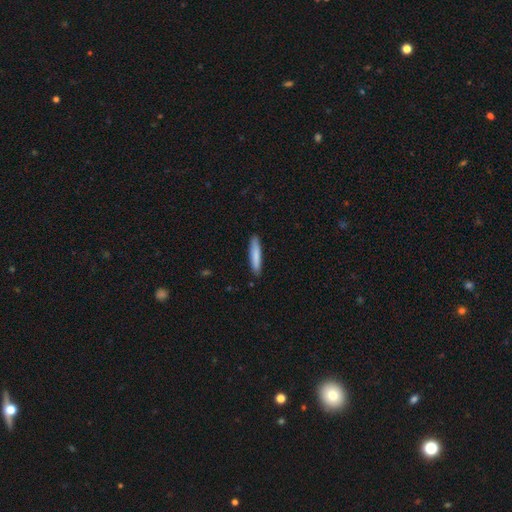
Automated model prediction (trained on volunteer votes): smooth 82%, featured or disk 12%, star or artifact 5%. Down the decision tree: how rounded — cigar-shaped (89%); merging — none (88%).